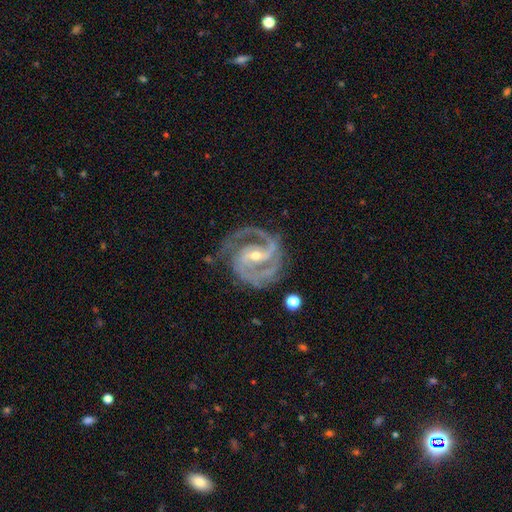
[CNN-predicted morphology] featured or disk 93%, star or artifact 4%, smooth 3%. Down the decision tree: edge-on disk — no (98%); bar — weak (39%); spiral arms — yes (98%); spiral arm count — 2 (77%); spiral winding — medium (48%); bulge size — small (56%); merging — none (71%).